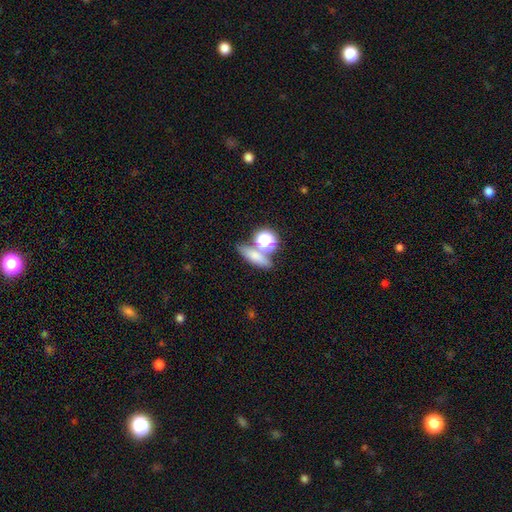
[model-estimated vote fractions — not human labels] Smooth or featured? smooth (68%)
How rounded? in between (42%)
Merging? none (63%)